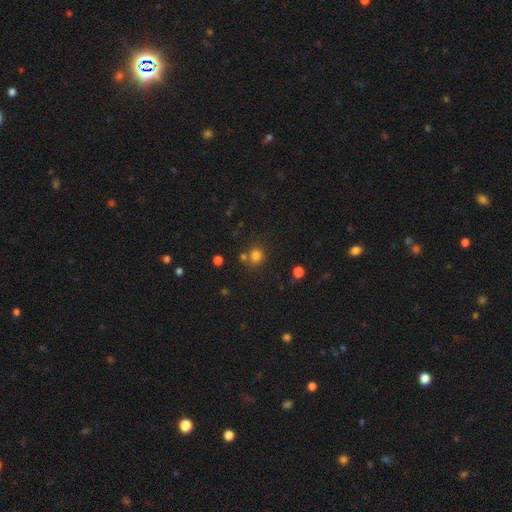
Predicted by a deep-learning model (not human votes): smooth-or-featured: smooth: 78% | star or artifact: 16% | featured or disk: 6%
  how-rounded: round: 85% | in between: 14% | cigar-shaped: 1%
  merging: none: 69% | merger: 18% | minor disturbance: 10% | major disturbance: 4%